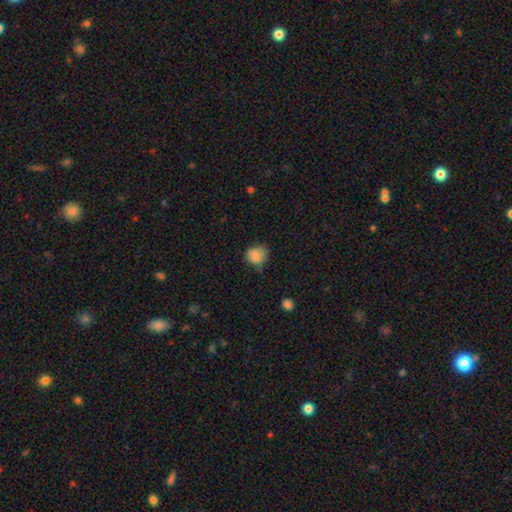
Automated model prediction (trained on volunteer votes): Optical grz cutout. It shows a smooth galaxy with no disk features (83%) that is round (75%). Merging: none (56%).